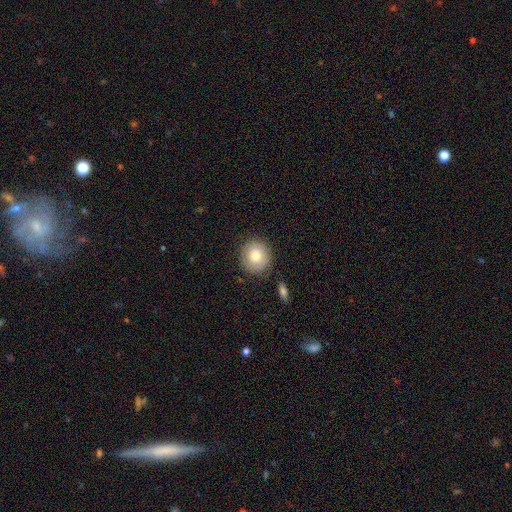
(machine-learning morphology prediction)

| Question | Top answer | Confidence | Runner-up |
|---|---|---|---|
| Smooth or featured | smooth | 79% | featured or disk (13%) |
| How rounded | round | 87% | in between (12%) |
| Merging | none | 84% | minor disturbance (11%) |